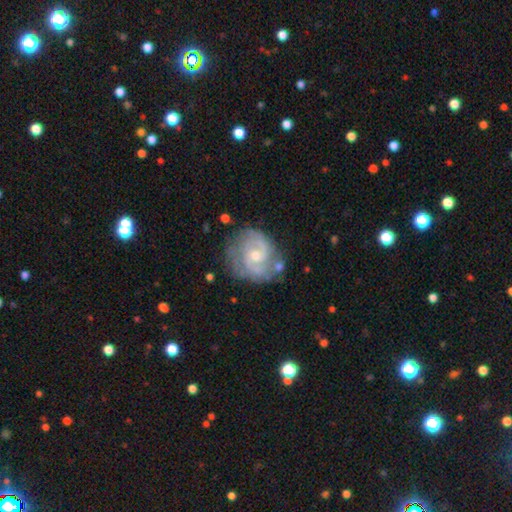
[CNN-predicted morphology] Overall: featured or disk (82%). Edge-on disk: no (98%). Bar: no (58%; weak 37%). Spiral arms: yes (91%). Spiral arm count: 2 (60%; can't tell 21%). Spiral winding: tight (50%; medium 39%). Bulge size: moderate (49%; small 47%). Merging: none (68%).